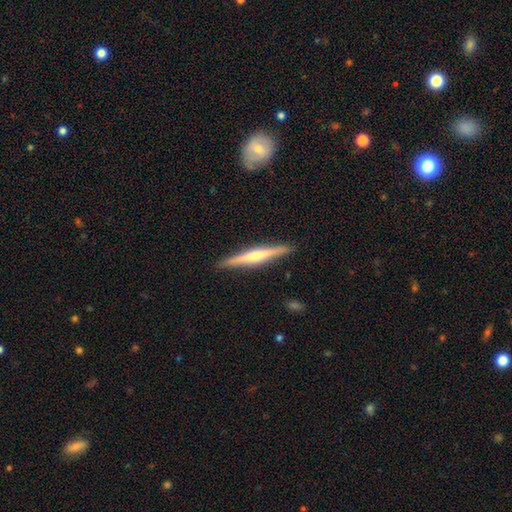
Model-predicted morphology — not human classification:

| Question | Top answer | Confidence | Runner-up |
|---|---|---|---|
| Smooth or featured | featured or disk | 72% | smooth (23%) |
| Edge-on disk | yes | 98% | no (2%) |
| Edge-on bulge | rounded | 83% | none (11%) |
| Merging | none | 91% | minor disturbance (6%) |